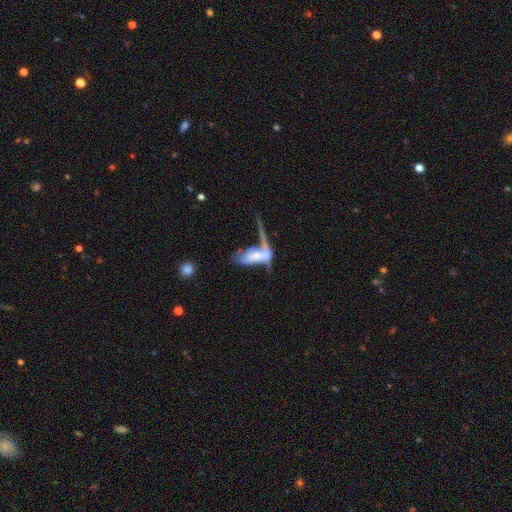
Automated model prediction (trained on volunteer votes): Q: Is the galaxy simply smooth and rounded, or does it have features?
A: featured or disk — 53%.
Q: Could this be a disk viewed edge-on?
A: no — 80%.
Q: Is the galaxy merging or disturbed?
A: merger — 57%.